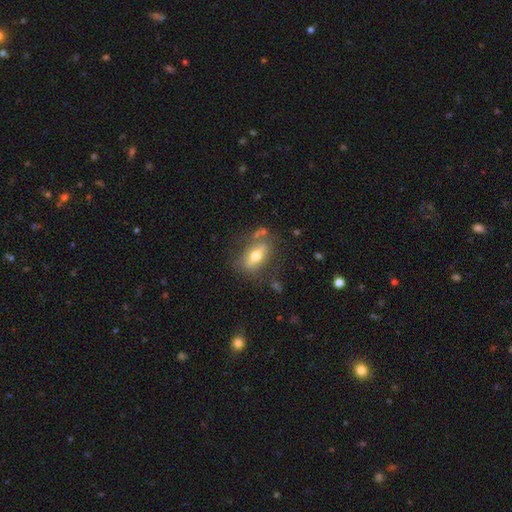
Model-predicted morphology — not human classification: type=featured or disk (48%); merging=none (63%).